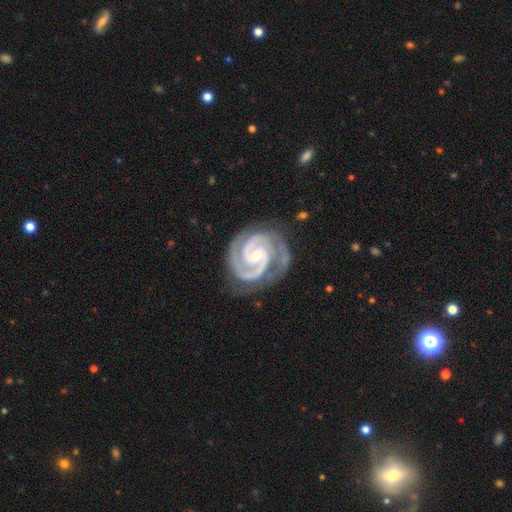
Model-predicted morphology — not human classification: smooth-or-featured: featured or disk: 94% | star or artifact: 3% | smooth: 2%
  disk-edge-on: no: 98% | yes: 2%
    bar: weak: 43% | no: 36% | strong: 21%
    has-spiral-arms: yes: 99% | no: 1%
      spiral-winding: tight: 67% | medium: 30% | loose: 2%
      spiral-arm-count: 2: 84% | 3: 10% | can't tell: 2% | 4: 1% | 1: 1% | more than 4: 1%
    bulge-size: small: 61% | moderate: 34% | none: 4% | large: 1% | dominant: 1%
  merging: none: 76% | minor disturbance: 17% | major disturbance: 5% | merger: 2%